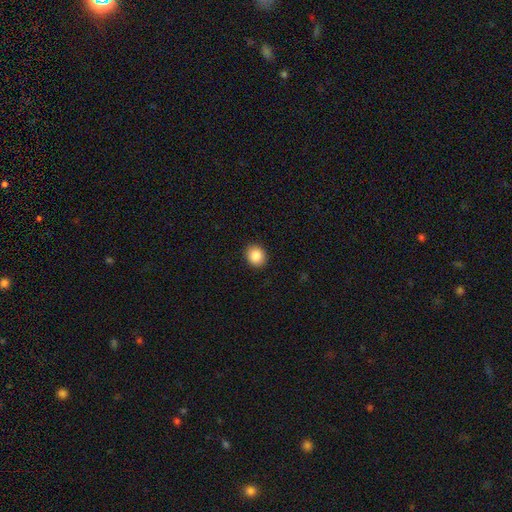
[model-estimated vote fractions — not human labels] Overall: smooth (87%). How rounded: round (77%). Merging: none (91%).